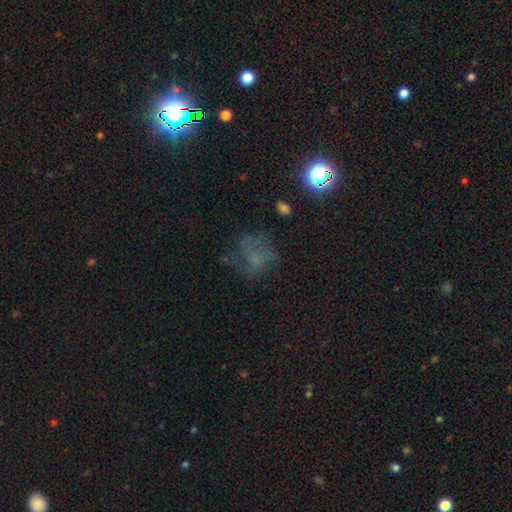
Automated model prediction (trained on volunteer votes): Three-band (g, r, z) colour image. It shows a featured or disk galaxy (37%). Merging: none (55%).